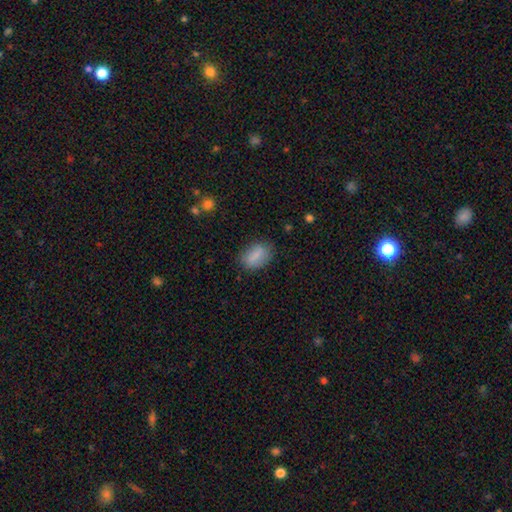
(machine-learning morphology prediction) Overall: smooth (83%). How rounded: in between (86%). Merging: none (78%).